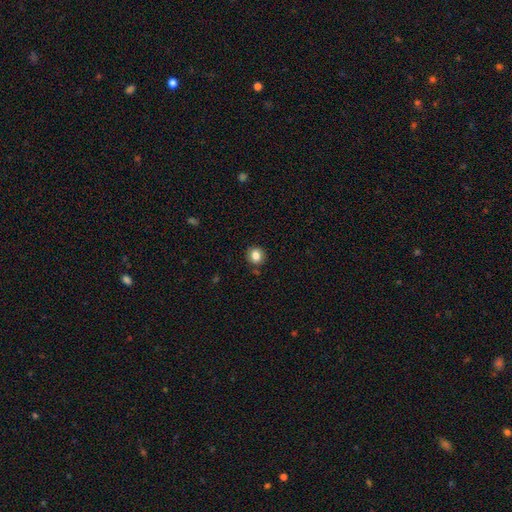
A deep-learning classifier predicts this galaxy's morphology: smooth 83%, star or artifact 10%, featured or disk 7%. Down the decision tree: how rounded — round (79%); merging — none (86%).